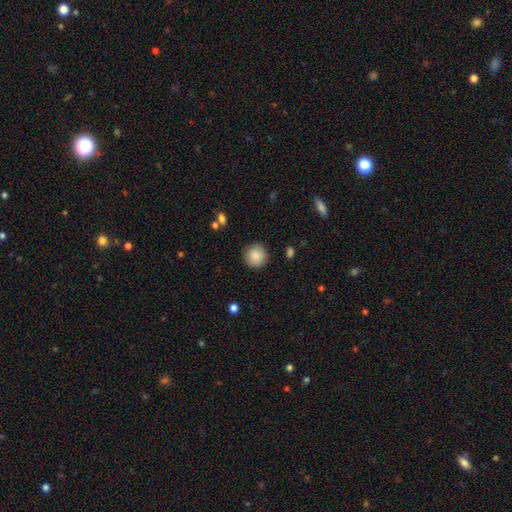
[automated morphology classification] smooth_or_featured: smooth (p=0.88) [alt: star or artifact p=0.07]
how_rounded: round (p=0.94) [alt: in between p=0.05]
merging: none (p=0.89) [alt: minor disturbance p=0.07]